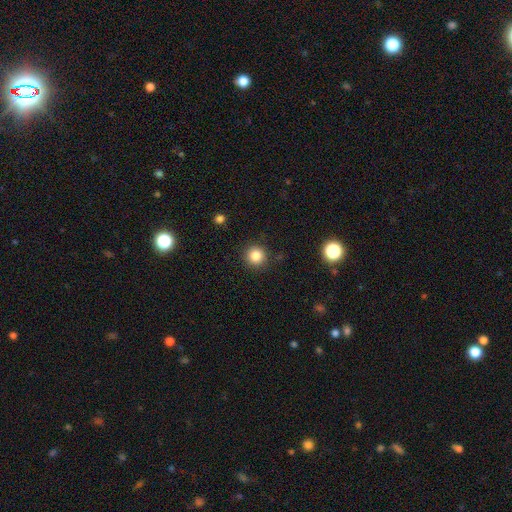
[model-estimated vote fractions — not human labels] Morphology: type=smooth (84%); roundness=round (94%); merging=none (89%).